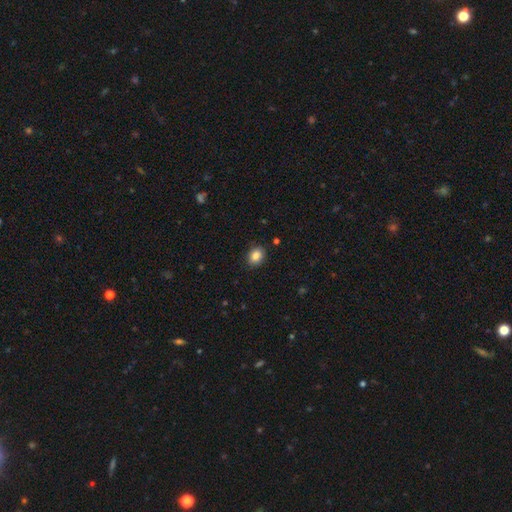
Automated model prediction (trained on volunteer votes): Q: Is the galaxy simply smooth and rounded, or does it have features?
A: smooth — 86%.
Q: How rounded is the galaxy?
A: in between — 55%.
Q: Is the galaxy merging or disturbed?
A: none — 87%.